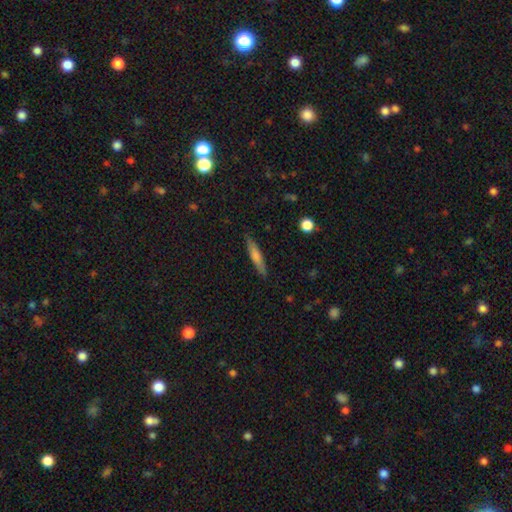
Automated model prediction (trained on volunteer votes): Smooth or featured: smooth — 63% (featured or disk — 30%)
How rounded: cigar-shaped — 90% (in between — 8%)
Merging: none — 88% (minor disturbance — 9%)